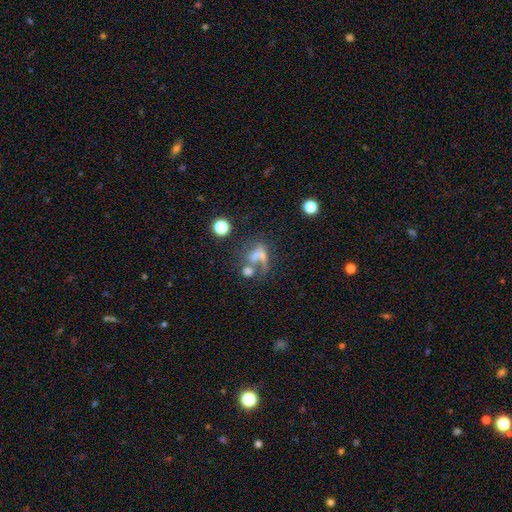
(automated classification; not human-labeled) A smooth galaxy with no disk features (43%).

Vote fractions:
- Smooth or featured? smooth: 43% / featured or disk: 33% / star or artifact: 23%
- Merging? merger: 35% / none: 27% / major disturbance: 26% / minor disturbance: 12%